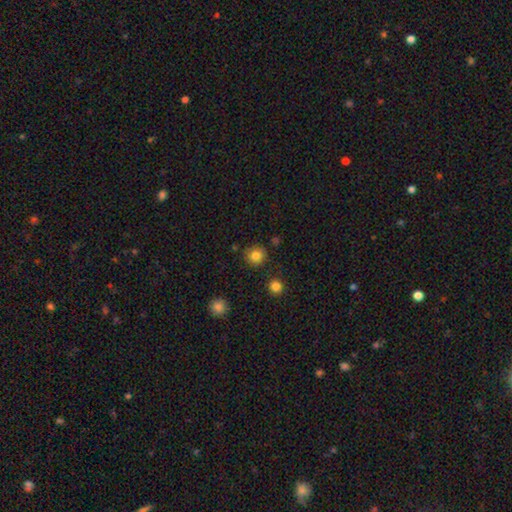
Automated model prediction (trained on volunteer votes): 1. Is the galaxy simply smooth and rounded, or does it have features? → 83% smooth, 11% star or artifact, 7% featured or disk.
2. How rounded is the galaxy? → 91% round, 8% in between, 1% cigar-shaped.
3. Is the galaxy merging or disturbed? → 87% none, 8% minor disturbance, 3% merger, 2% major disturbance.